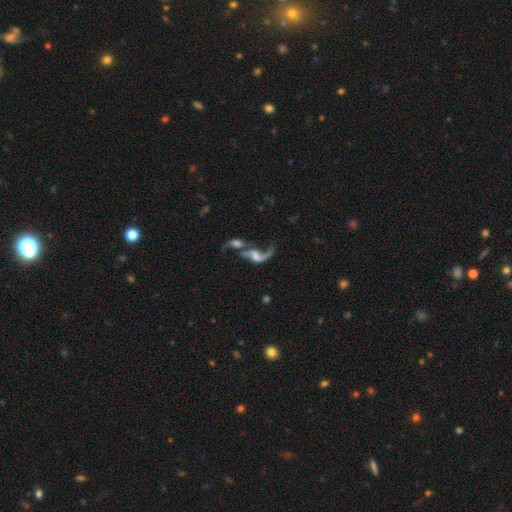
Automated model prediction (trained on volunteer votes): This appears to be a featured or disk galaxy (69%) with no bar (56%), 2 (61%) loose (88%) spiral arms (80%) and no central bulge (35%). Merging: merger (62%).